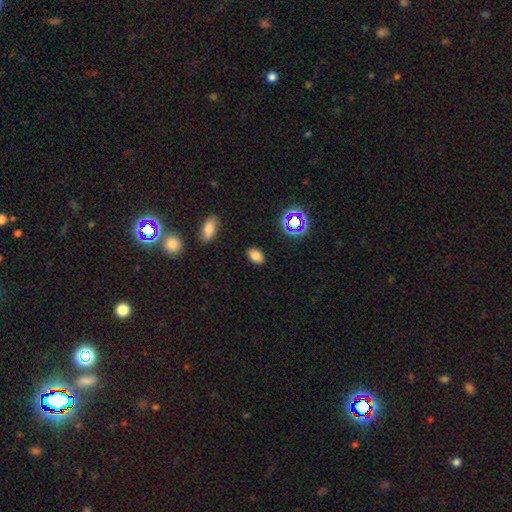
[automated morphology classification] Smooth or featured? Predicted: smooth (p=0.78). How rounded? Predicted: in between (p=0.87). Merging? Predicted: none (p=0.87).